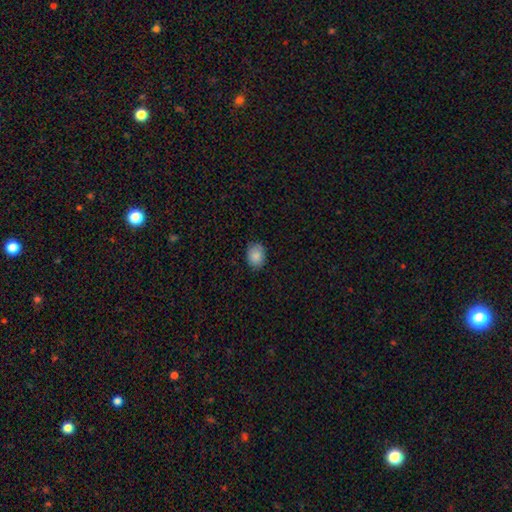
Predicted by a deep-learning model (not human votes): Smooth or featured? Predicted: smooth (p=0.88). How rounded? Predicted: in between (p=0.64). Merging? Predicted: none (p=0.85).